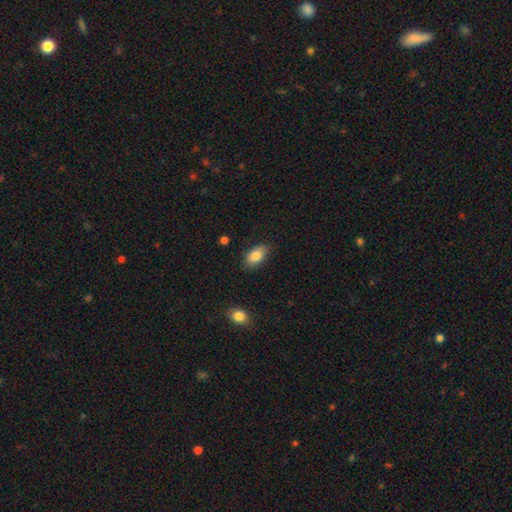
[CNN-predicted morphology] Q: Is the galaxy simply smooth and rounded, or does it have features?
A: smooth — 85%.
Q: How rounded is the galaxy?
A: in between — 92%.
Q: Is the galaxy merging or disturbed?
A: none — 83%.